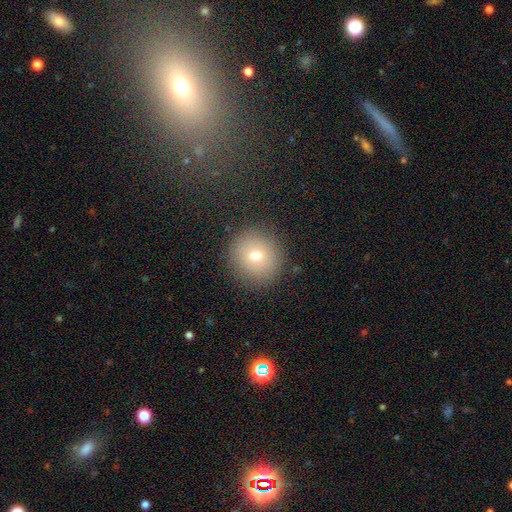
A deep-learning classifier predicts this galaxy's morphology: A smooth galaxy with no disk features (72%) that is round (90%). Merging: none (88%).